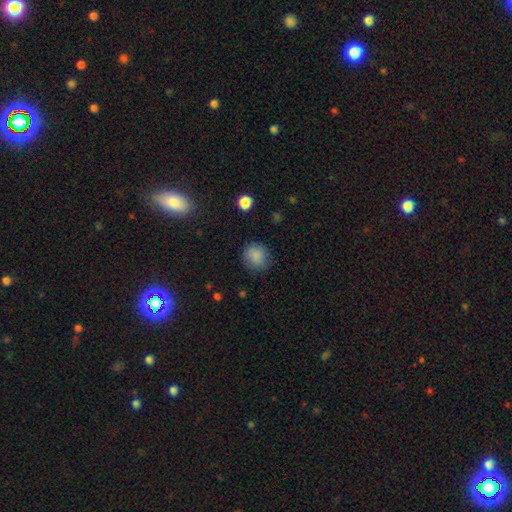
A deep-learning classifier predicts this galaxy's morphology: type=smooth (86%); roundness=round (86%); merging=none (81%).